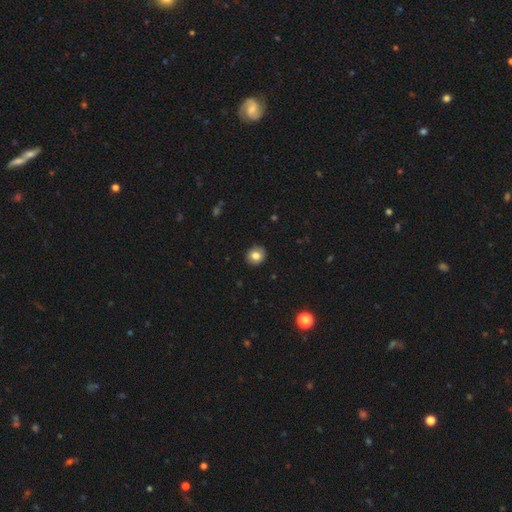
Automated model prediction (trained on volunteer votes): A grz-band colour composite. It shows a smooth galaxy with no disk features (81%) that is round (84%). Merging: none (89%).